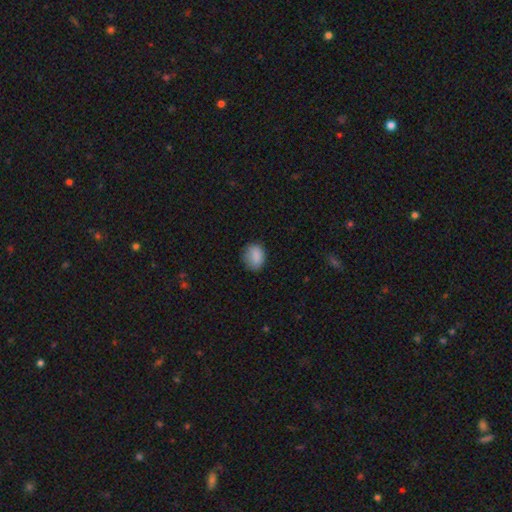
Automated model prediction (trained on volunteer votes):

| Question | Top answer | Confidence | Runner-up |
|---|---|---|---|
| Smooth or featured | smooth | 85% | star or artifact (8%) |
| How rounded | in between | 56% | round (42%) |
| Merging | none | 76% | minor disturbance (19%) |